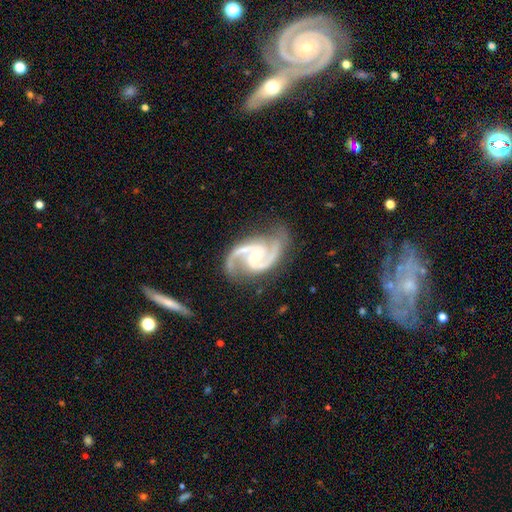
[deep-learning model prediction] Smooth or featured? featured or disk (94%)
Edge-on disk? no (98%)
Bar? no (44%)
Spiral arms? yes (99%)
Spiral winding? medium (67%)
Spiral arm count? 2 (92%)
Bulge size? small (51%)
Merging? none (77%)